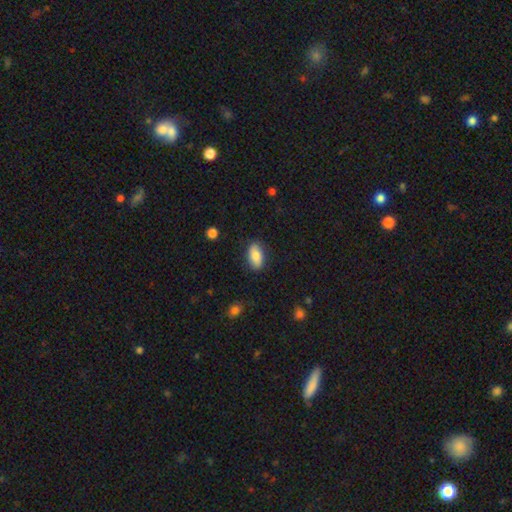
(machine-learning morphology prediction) smooth 80%, featured or disk 14%, star or artifact 7%. Down the decision tree: how rounded — in between (91%); merging — none (85%).